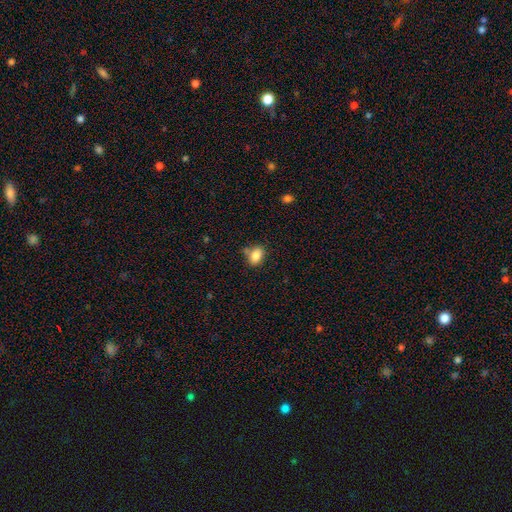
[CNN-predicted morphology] Q: Smooth or featured?
A: smooth (85%); runner-up: star or artifact (9%)
Q: How rounded?
A: in between (80%); runner-up: round (19%)
Q: Merging?
A: none (66%); runner-up: minor disturbance (19%)